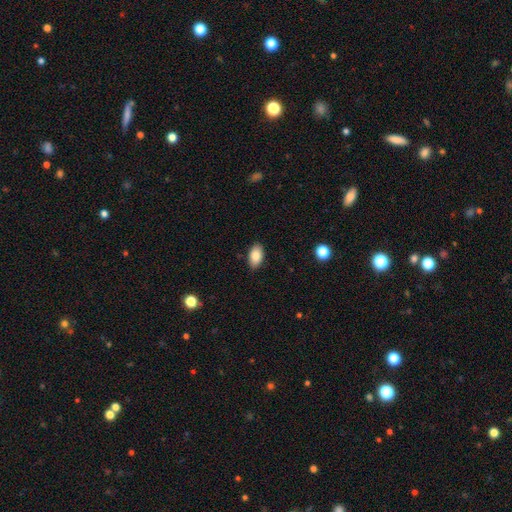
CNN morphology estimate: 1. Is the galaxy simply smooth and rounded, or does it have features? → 85% smooth, 8% featured or disk, 7% star or artifact.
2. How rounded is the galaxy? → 93% in between, 5% round, 2% cigar-shaped.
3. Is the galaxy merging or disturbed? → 88% none, 9% minor disturbance, 2% major disturbance, 1% merger.